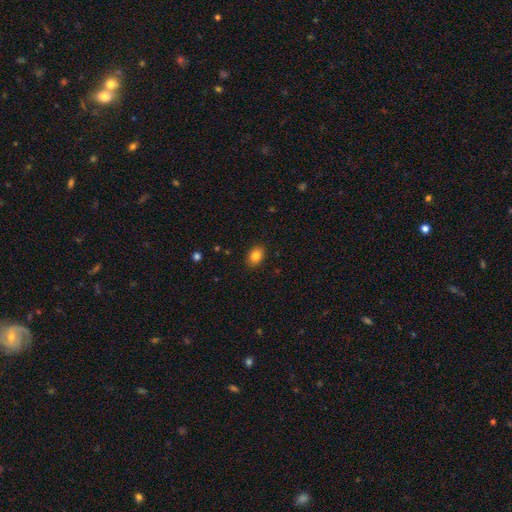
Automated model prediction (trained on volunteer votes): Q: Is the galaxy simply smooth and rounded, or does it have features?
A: smooth — 85%.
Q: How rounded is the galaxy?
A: in between — 77%.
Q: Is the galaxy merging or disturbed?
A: none — 88%.